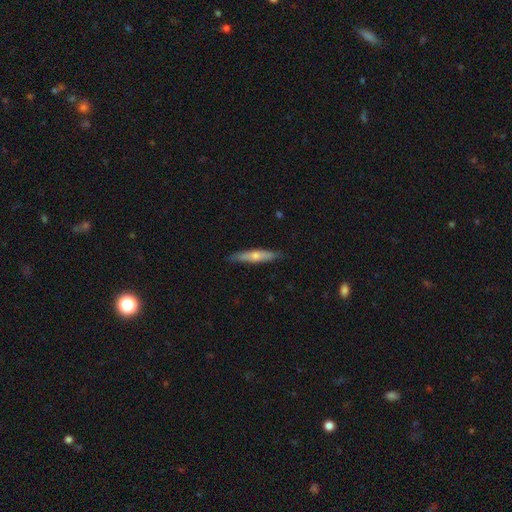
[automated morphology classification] Q: Smooth or featured?
A: smooth (54%); runner-up: featured or disk (40%)
Q: How rounded?
A: cigar-shaped (87%); runner-up: in between (11%)
Q: Merging?
A: none (85%); runner-up: minor disturbance (11%)